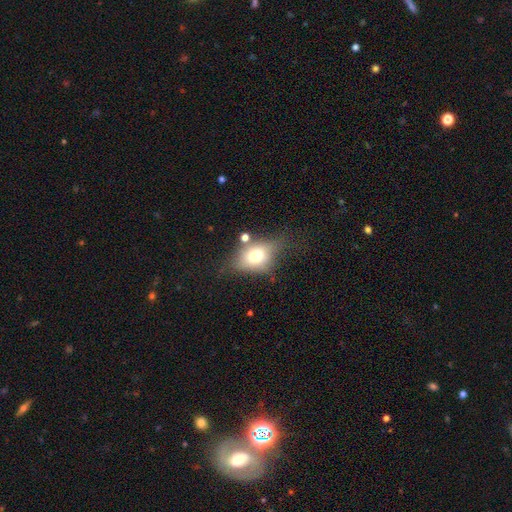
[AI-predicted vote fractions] This appears to be a smooth galaxy with no disk features (64%) that is in between round and cigar-shaped (68%). Merging: none (48%).